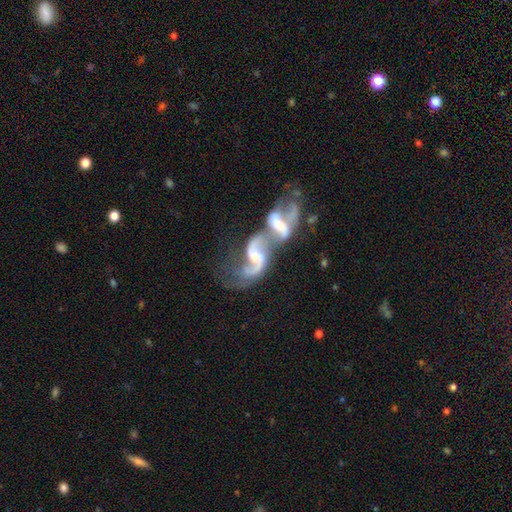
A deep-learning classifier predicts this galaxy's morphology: This appears to be a featured or disk galaxy (85%) with a weak bar (41%), 2 (82%) loose (69%) spiral arms (91%) and a small central bulge (36%, tied with moderate). Merging: merger (76%).